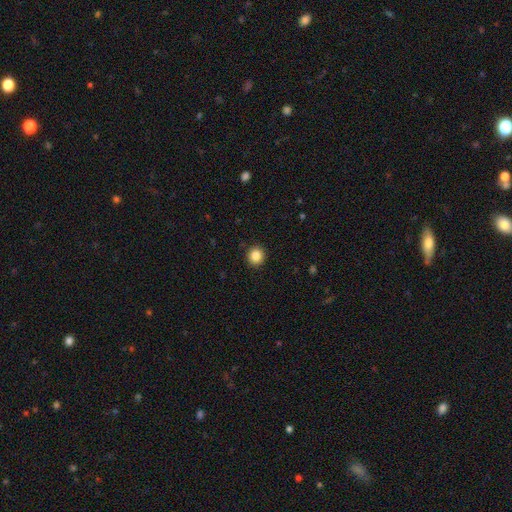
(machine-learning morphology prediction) type=smooth (85%); roundness=round (90%); merging=none (92%).